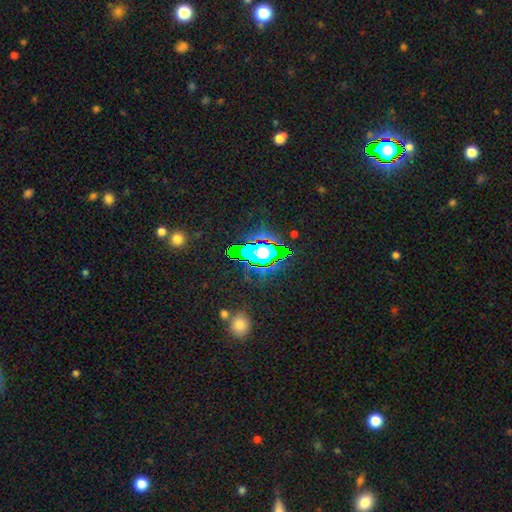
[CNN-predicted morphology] smooth_or_featured: star or artifact (p=0.78) [alt: smooth p=0.12]